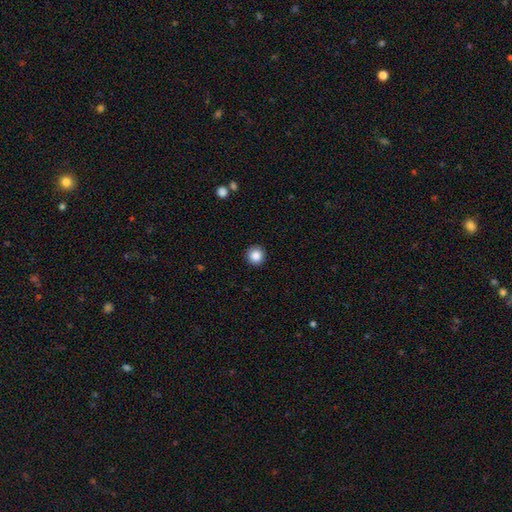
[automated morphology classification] smooth-or-featured: smooth: 87% | star or artifact: 10% | featured or disk: 4%
  how-rounded: round: 95% | in between: 5% | cigar-shaped: 1%
  merging: none: 92% | minor disturbance: 5% | major disturbance: 2% | merger: 1%